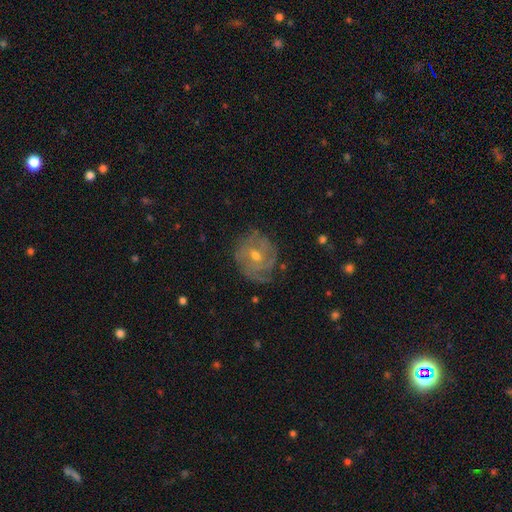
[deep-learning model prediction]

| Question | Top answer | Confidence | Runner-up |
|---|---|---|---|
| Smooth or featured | featured or disk | 76% | smooth (15%) |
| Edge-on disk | no | 97% | yes (3%) |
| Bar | no | 63% | weak (32%) |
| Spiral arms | yes | 88% | no (12%) |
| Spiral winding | tight | 61% | medium (29%) |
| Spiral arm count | can't tell | 40% | 3 (22%) |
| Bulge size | moderate | 56% | small (40%) |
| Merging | none | 71% | minor disturbance (20%) |